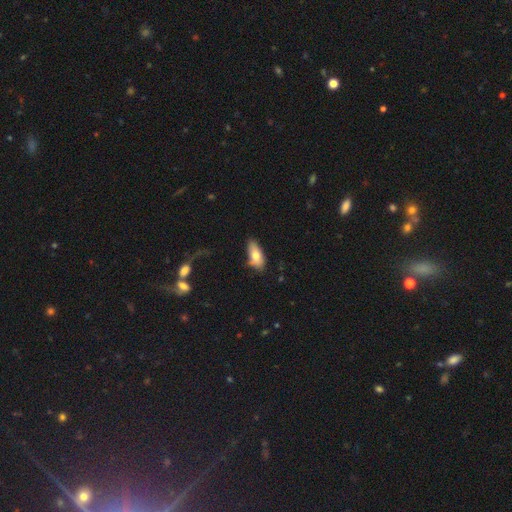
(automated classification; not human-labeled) smooth 72%, featured or disk 21%, star or artifact 7%. Down the decision tree: how rounded — in between (86%); merging — none (61%).